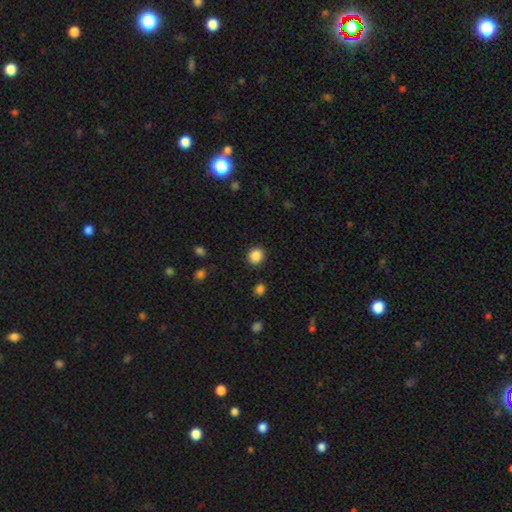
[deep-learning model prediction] This is clearly a smooth galaxy (87%). How rounded: clearly round (86%). Merging: clearly none (90%).